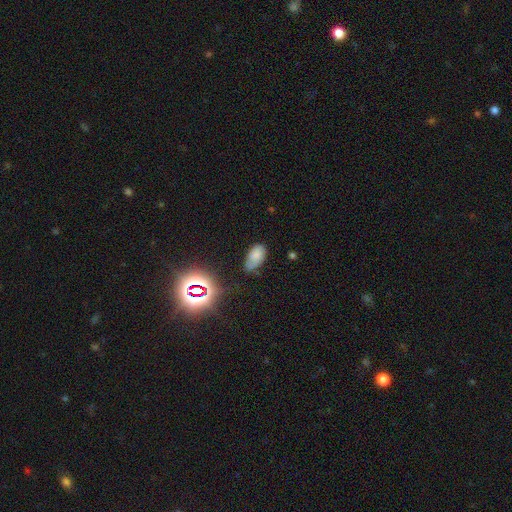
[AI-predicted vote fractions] The model was most divided on "merging": none: 49%, minor disturbance: 36%, major disturbance: 12%, merger: 4%. More confident: how rounded — in between (92%); smooth or featured — smooth (65%).